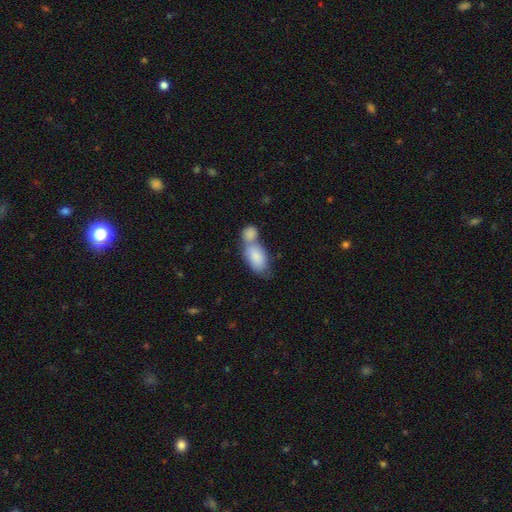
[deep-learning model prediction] A smooth galaxy with no disk features (82%) that is in between round and cigar-shaped (91%).

Vote fractions:
- Smooth or featured? smooth: 82% / featured or disk: 12% / star or artifact: 6%
- How rounded? in between: 91% / round: 7% / cigar-shaped: 2%
- Merging? merger: 62% / none: 23% / minor disturbance: 10% / major disturbance: 5%